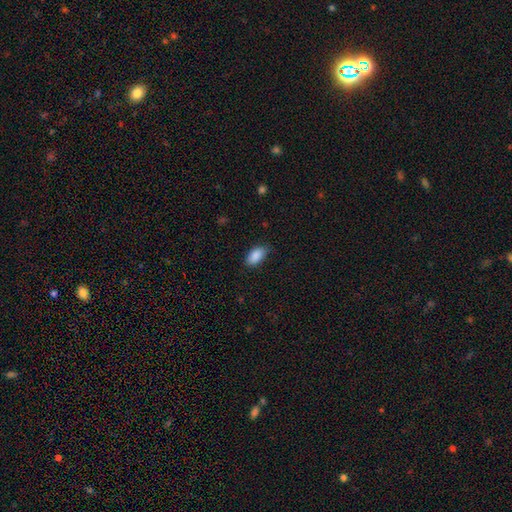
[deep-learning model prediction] Smooth or featured? Predicted: smooth (p=0.89). How rounded? Predicted: in between (p=0.92). Merging? Predicted: none (p=0.78).